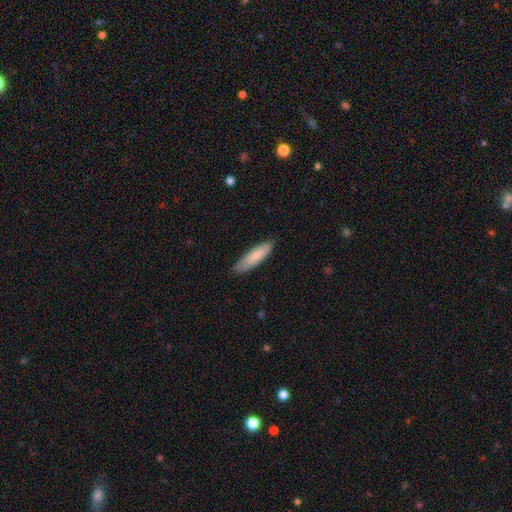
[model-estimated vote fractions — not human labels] smooth 83%, featured or disk 12%, star or artifact 5%. Down the decision tree: how rounded — cigar-shaped (65%); merging — none (85%).